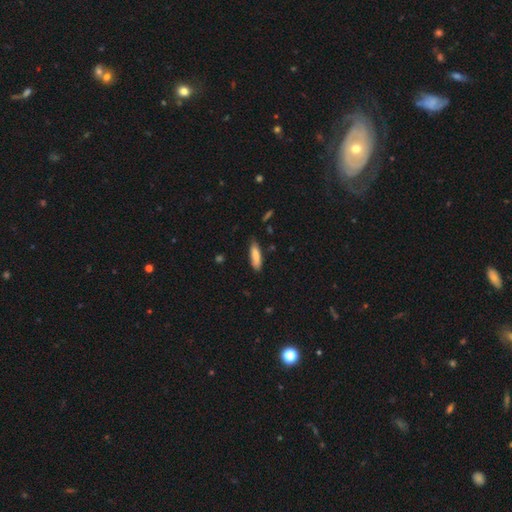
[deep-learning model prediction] A smooth galaxy with no disk features (82%) that is cigar-shaped (59%). Merging: none (74%).